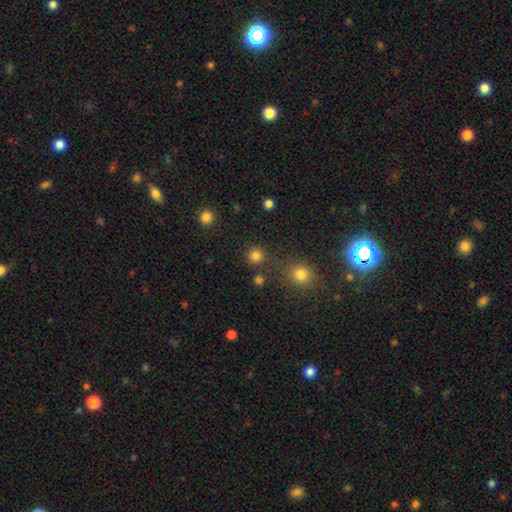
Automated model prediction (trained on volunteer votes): This is clearly a smooth galaxy (81%). How rounded: clearly round (94%). Merging: clearly none (85%).